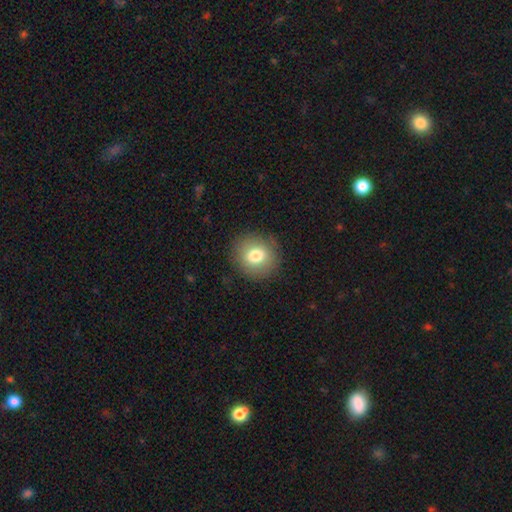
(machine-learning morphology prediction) Smooth or featured? Predicted: smooth (p=0.78). How rounded? Predicted: round (p=0.84). Merging? Predicted: none (p=0.88).